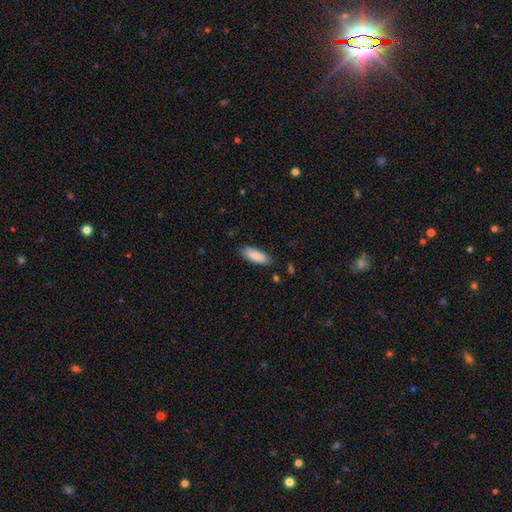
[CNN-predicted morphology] Q: Smooth or featured?
A: smooth (87%); runner-up: featured or disk (7%)
Q: How rounded?
A: in between (68%); runner-up: cigar-shaped (31%)
Q: Merging?
A: none (84%); runner-up: minor disturbance (12%)